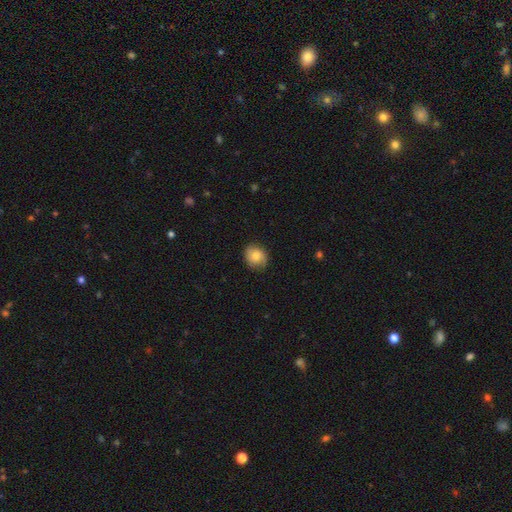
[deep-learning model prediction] This is likely a smooth galaxy (71%). How rounded: likely round (67%). Merging: clearly none (82%).